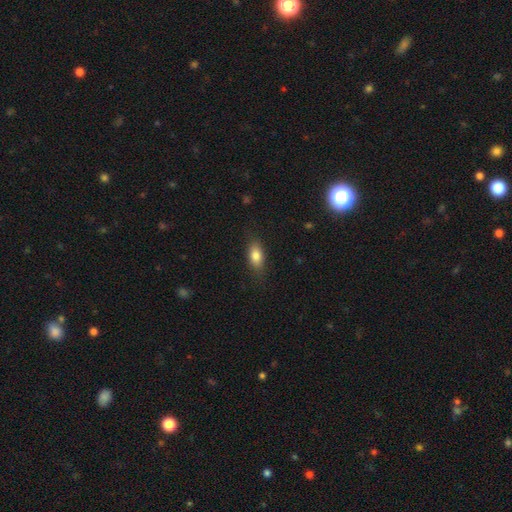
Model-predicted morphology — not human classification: smooth_or_featured: smooth (p=0.81) [alt: featured or disk p=0.11]
how_rounded: in between (p=0.84) [alt: cigar-shaped p=0.09]
merging: none (p=0.81) [alt: minor disturbance p=0.14]